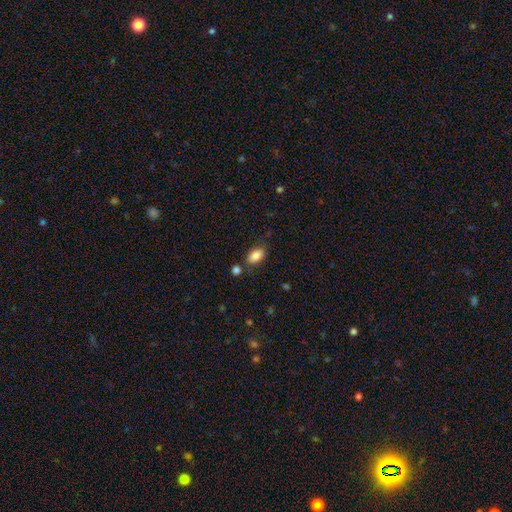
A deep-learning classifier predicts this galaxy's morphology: Smooth or featured: smooth — 87% (star or artifact — 8%)
How rounded: in between — 92% (round — 5%)
Merging: none — 76% (minor disturbance — 13%)